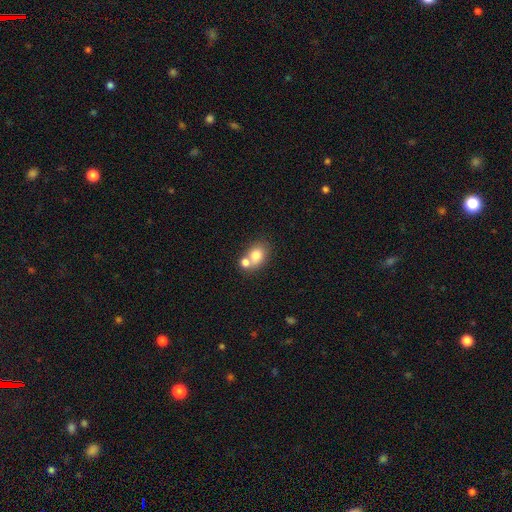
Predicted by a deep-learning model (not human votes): This appears to be a smooth galaxy with no disk features (76%) that is in between round and cigar-shaped (50%). Merging: merger (49%).